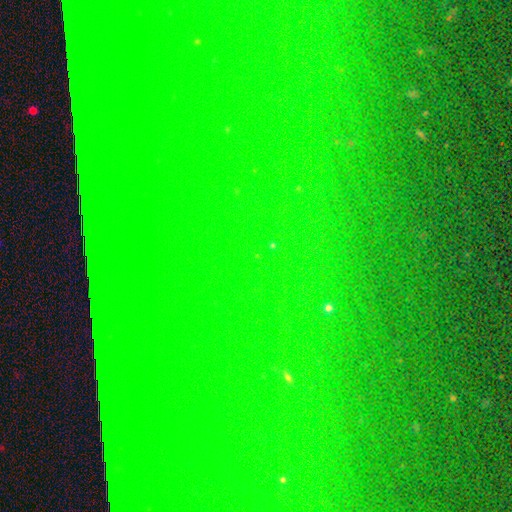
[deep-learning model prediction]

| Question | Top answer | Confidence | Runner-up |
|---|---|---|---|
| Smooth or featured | star or artifact | 83% | smooth (9%) |